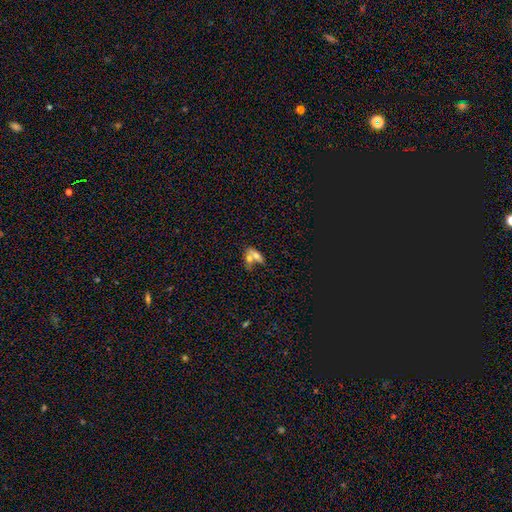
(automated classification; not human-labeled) This appears to be a smooth galaxy with no disk features (60%) that is in between round and cigar-shaped (74%). Merging: merger (62%).